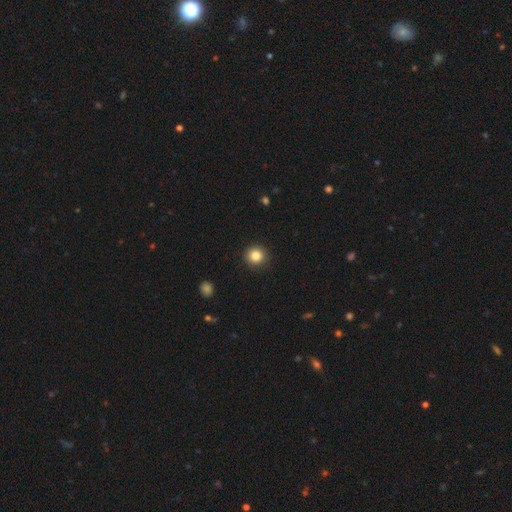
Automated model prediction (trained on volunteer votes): smooth_or_featured: smooth (p=0.84) [alt: star or artifact p=0.11]
how_rounded: round (p=0.93) [alt: in between p=0.06]
merging: none (p=0.92) [alt: minor disturbance p=0.05]